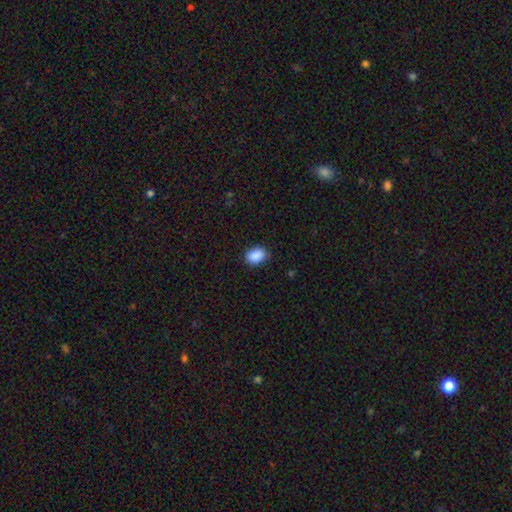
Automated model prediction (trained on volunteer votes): smooth-or-featured: smooth: 89% | star or artifact: 7% | featured or disk: 4%
  how-rounded: in between: 75% | round: 24% | cigar-shaped: 1%
  merging: none: 82% | minor disturbance: 14% | major disturbance: 3% | merger: 1%